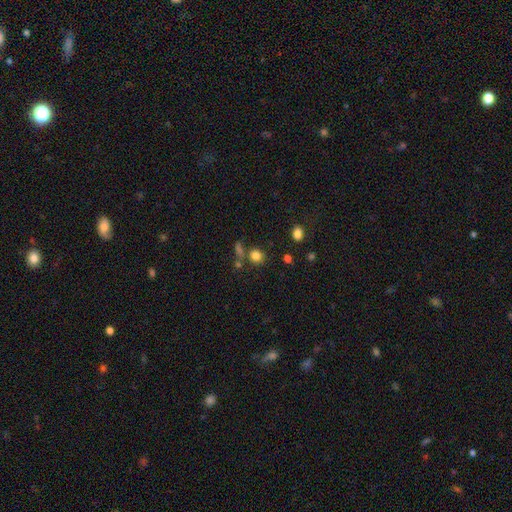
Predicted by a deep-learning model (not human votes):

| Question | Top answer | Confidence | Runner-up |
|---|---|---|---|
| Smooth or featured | smooth | 80% | star or artifact (14%) |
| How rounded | round | 80% | in between (18%) |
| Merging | none | 71% | merger (14%) |